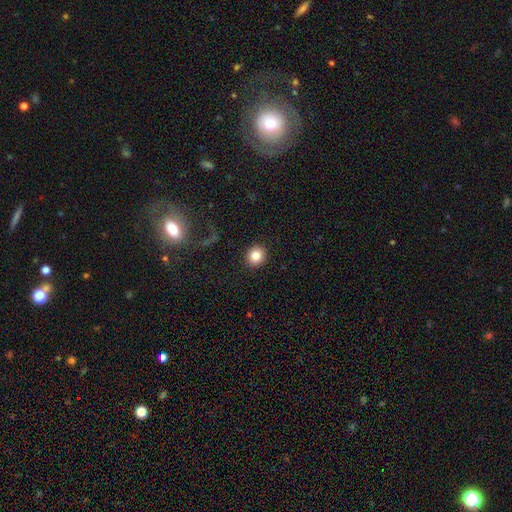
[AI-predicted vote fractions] Morphology: type=smooth (83%); roundness=round (82%); merging=none (91%).